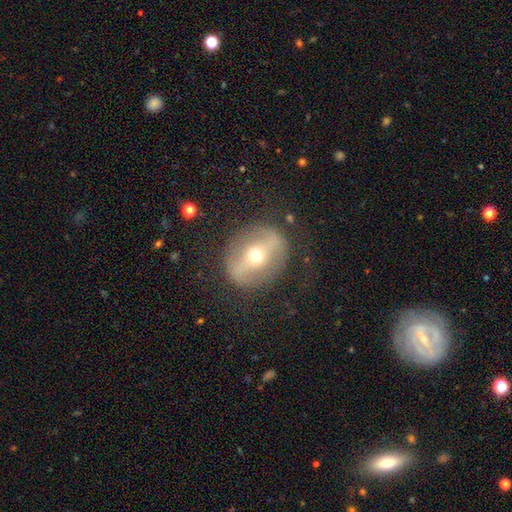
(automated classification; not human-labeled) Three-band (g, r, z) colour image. It shows a featured or disk galaxy (68%) with a strong bar (67%), no spiral arms (70%) and a moderate central bulge (56%). Merging: none (82%).